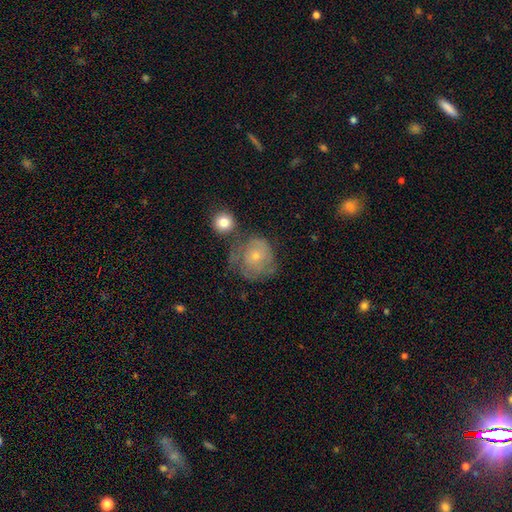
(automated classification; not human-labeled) This is possibly a featured or disk galaxy (48%). Merging: possibly none (47%).